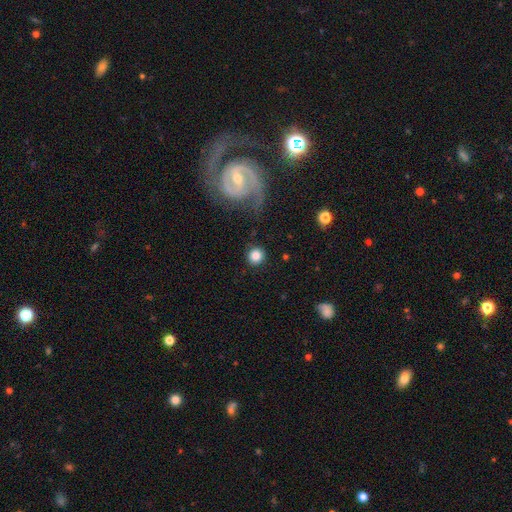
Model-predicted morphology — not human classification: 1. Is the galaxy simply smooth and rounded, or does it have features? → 83% smooth, 10% star or artifact, 7% featured or disk.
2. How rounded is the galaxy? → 92% round, 7% in between, 1% cigar-shaped.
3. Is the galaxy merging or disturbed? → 86% none, 8% minor disturbance, 4% major disturbance, 2% merger.